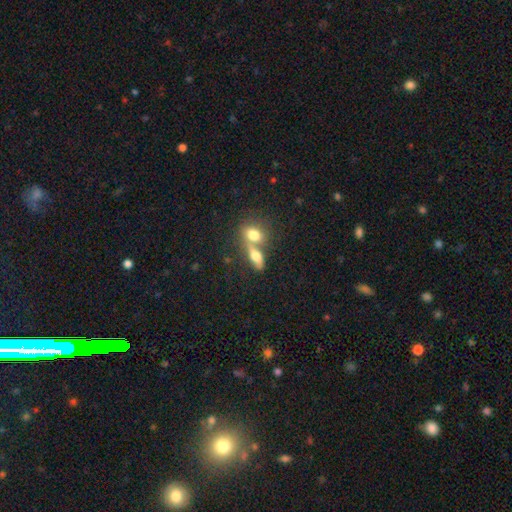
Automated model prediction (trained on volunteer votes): Smooth or featured: smooth — 65% (featured or disk — 25%)
How rounded: in between — 66% (cigar-shaped — 19%)
Merging: merger — 59% (none — 29%)